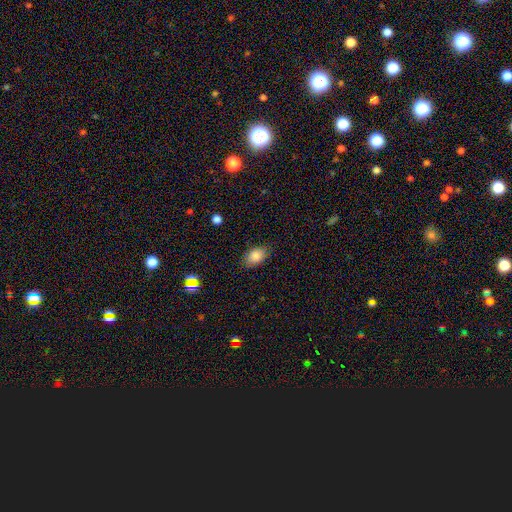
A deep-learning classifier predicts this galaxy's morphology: Smooth or featured? Predicted: smooth (p=0.85). How rounded? Predicted: in between (p=0.85). Merging? Predicted: none (p=0.83).